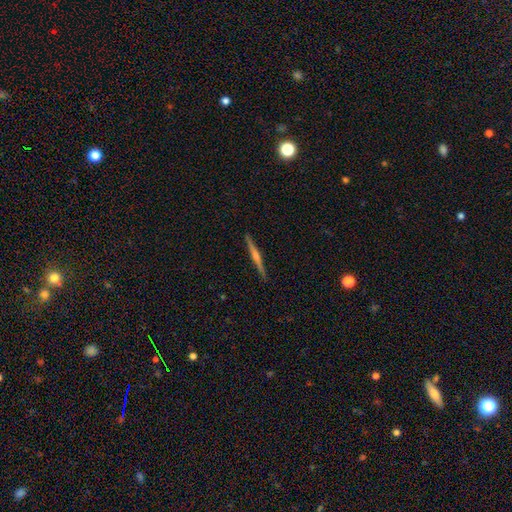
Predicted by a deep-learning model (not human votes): Smooth or featured? Predicted: featured or disk (p=0.76). Edge-on disk? Predicted: yes (p=0.98). Edge-on bulge? Predicted: rounded (p=0.76). Merging? Predicted: none (p=0.92).